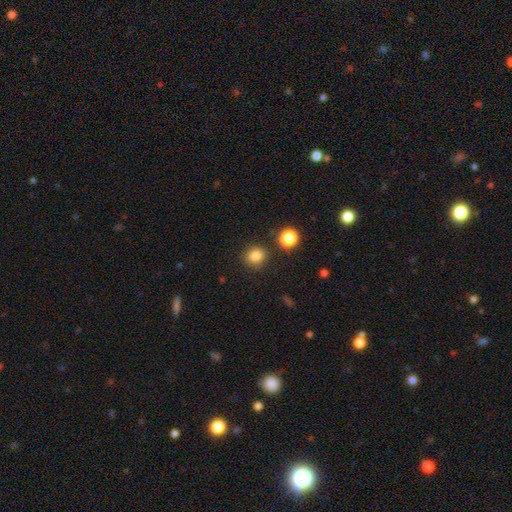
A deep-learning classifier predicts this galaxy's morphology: Q: Smooth or featured?
A: smooth (84%); runner-up: star or artifact (12%)
Q: How rounded?
A: round (72%); runner-up: in between (27%)
Q: Merging?
A: none (82%); runner-up: minor disturbance (10%)